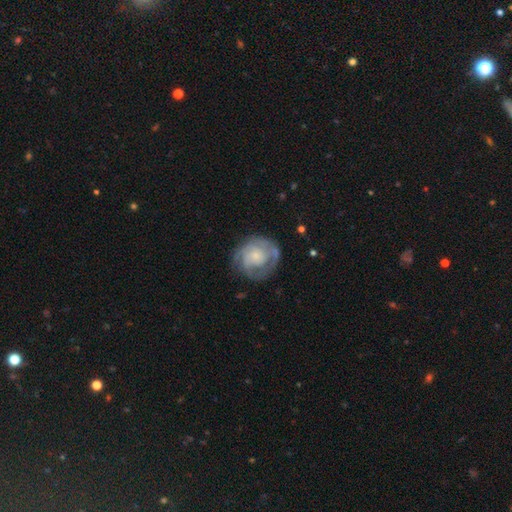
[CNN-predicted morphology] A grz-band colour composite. It shows a featured or disk galaxy (72%) with no bar (79%), tight (62%) spiral arms (86%) and a small central bulge (63%). Merging: none (69%).